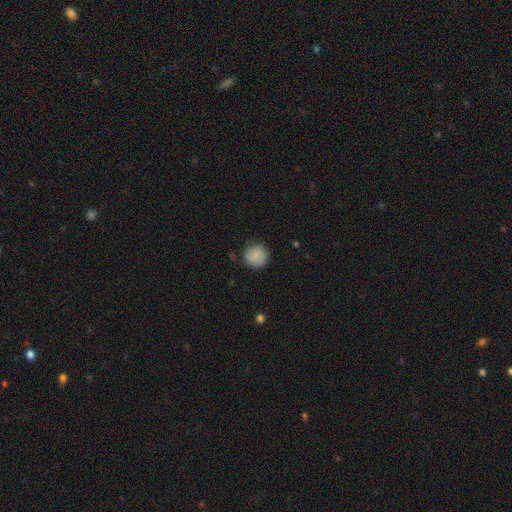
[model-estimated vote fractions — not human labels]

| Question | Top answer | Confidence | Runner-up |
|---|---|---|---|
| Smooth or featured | smooth | 86% | star or artifact (8%) |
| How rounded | round | 93% | in between (6%) |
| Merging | none | 86% | minor disturbance (10%) |